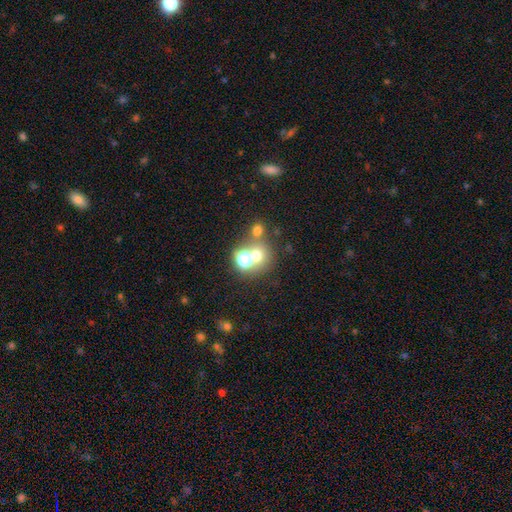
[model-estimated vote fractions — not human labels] Smooth or featured? Predicted: smooth (p=0.61). How rounded? Predicted: round (p=0.82). Merging? Predicted: none (p=0.55).